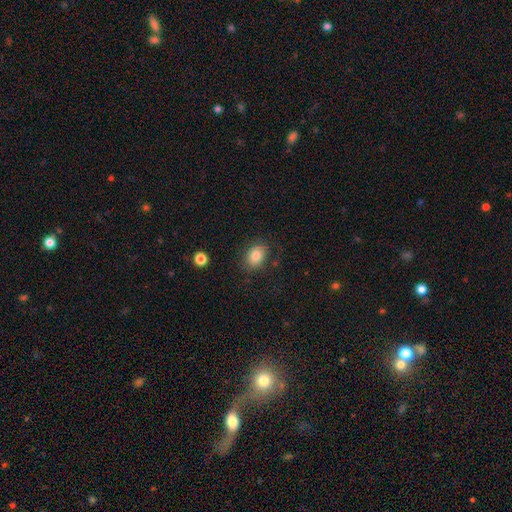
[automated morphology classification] A smooth galaxy with no disk features (82%) that is in between round and cigar-shaped (62%). Merging: none (80%).